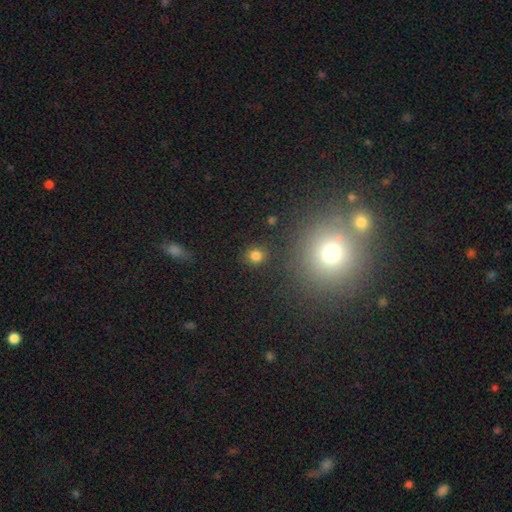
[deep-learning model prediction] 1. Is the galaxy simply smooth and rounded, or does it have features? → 80% smooth, 16% star or artifact, 5% featured or disk.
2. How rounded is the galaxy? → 84% round, 15% in between, 1% cigar-shaped.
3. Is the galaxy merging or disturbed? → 87% none, 7% minor disturbance, 3% merger, 3% major disturbance.